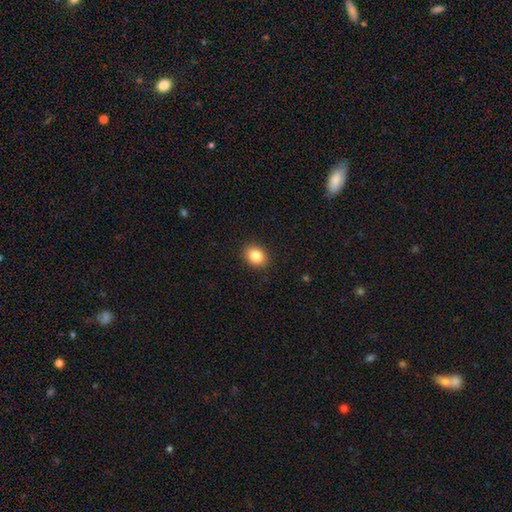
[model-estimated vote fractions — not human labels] smooth 85%, star or artifact 9%, featured or disk 6%. Down the decision tree: how rounded — in between (59%); merging — none (90%).